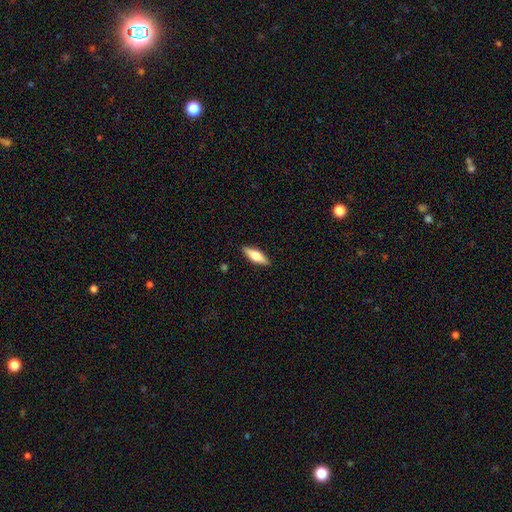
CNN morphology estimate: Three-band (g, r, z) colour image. It shows a smooth galaxy with no disk features (56%) that is in between round and cigar-shaped (56%). Merging: none (88%).